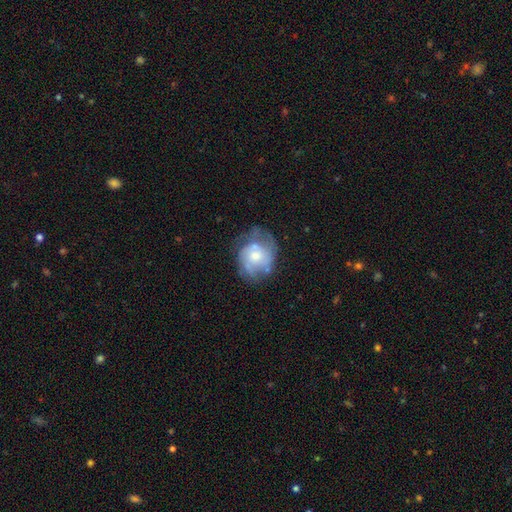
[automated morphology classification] This appears to be a featured or disk galaxy (61%) with no bar (77%), spiral arms (71%) and a moderate central bulge (54%). Merging: none (46%).